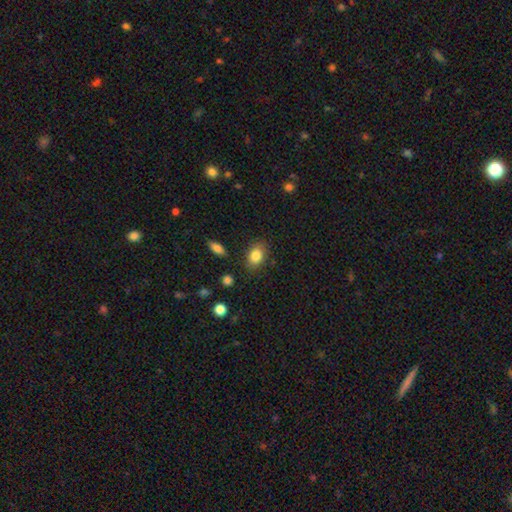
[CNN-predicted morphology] Overall: smooth (83%). How rounded: in between (77%). Merging: none (81%).